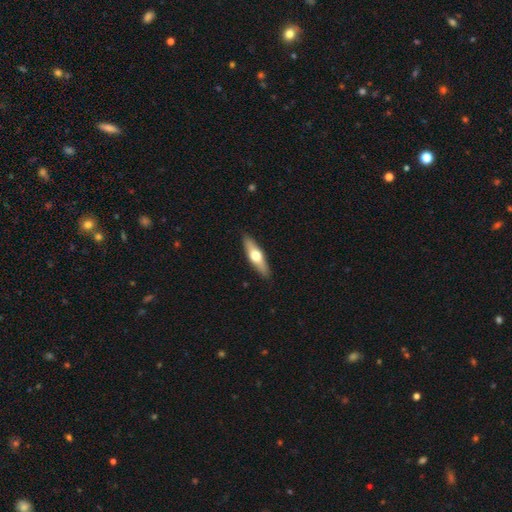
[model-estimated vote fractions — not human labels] A featured or disk galaxy (48%).

Vote fractions:
- Smooth or featured? featured or disk: 48% / smooth: 47% / star or artifact: 5%
- Merging? none: 89% / minor disturbance: 8% / major disturbance: 2% / merger: 1%